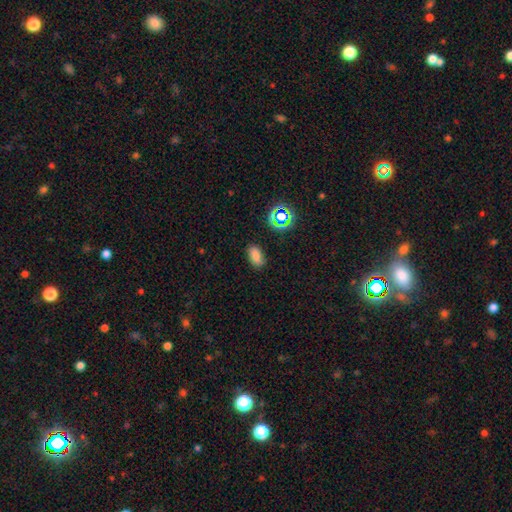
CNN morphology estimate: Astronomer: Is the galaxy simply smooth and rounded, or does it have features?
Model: smooth — 77%.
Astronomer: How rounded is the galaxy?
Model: in between — 88%.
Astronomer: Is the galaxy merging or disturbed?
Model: none — 83%.